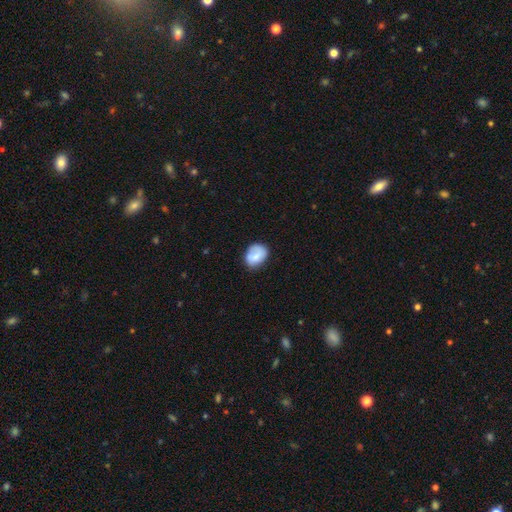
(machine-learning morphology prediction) A smooth galaxy with no disk features (75%) that is in between round and cigar-shaped (61%). Merging: none (65%).